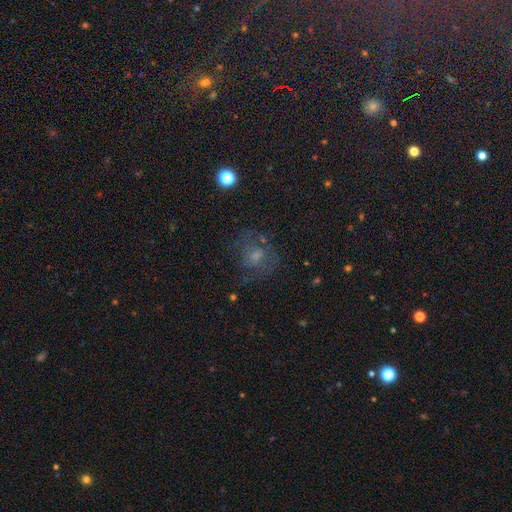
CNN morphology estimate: Smooth or featured: smooth — 40% (featured or disk — 38%)
Merging: none — 59% (minor disturbance — 19%)